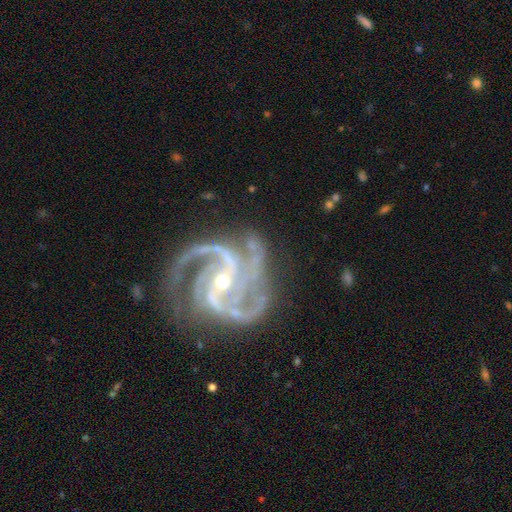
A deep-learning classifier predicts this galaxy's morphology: Q: Smooth or featured?
A: featured or disk (93%); runner-up: star or artifact (5%)
Q: Edge-on disk?
A: no (98%); runner-up: yes (2%)
Q: Bar?
A: no (37%); runner-up: weak (34%)
Q: Spiral arms?
A: yes (99%); runner-up: no (1%)
Q: Spiral winding?
A: medium (53%); runner-up: tight (39%)
Q: Spiral arm count?
A: 3 (48%); runner-up: 2 (16%)
Q: Bulge size?
A: small (55%); runner-up: moderate (42%)
Q: Merging?
A: none (66%); runner-up: minor disturbance (19%)